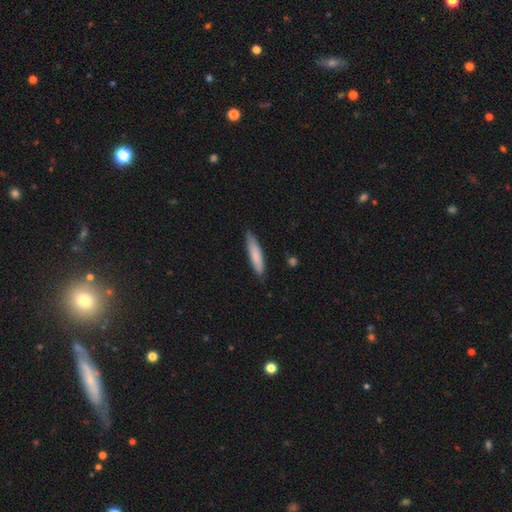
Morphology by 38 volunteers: This appears to be a smooth galaxy with no disk features (84%) that is cigar-shaped (94%). Merging: none (74%).